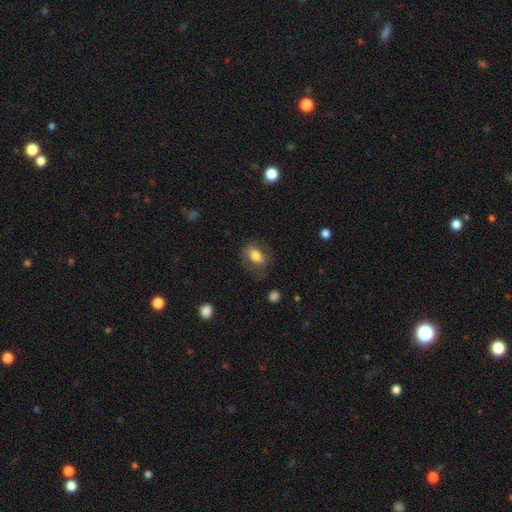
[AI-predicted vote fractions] Morphology: type=smooth (66%); roundness=in between (82%); merging=none (68%).